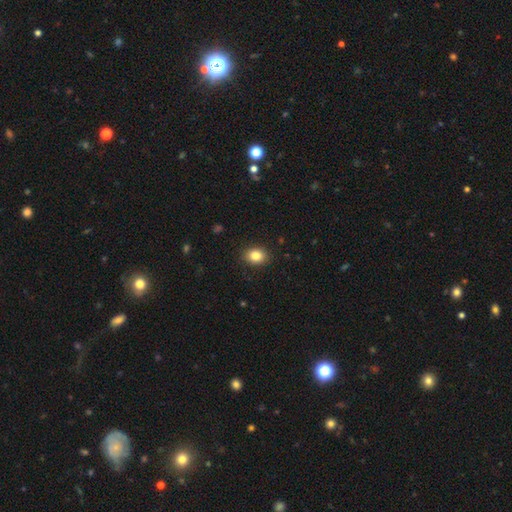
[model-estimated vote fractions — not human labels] Smooth or featured?
  - smooth: 84% *
  - star or artifact: 10%
  - featured or disk: 6%
How rounded?
  - in between: 55% *
  - round: 44%
  - cigar-shaped: 1%
Merging?
  - none: 89% *
  - minor disturbance: 8%
  - major disturbance: 2%
  - merger: 1%